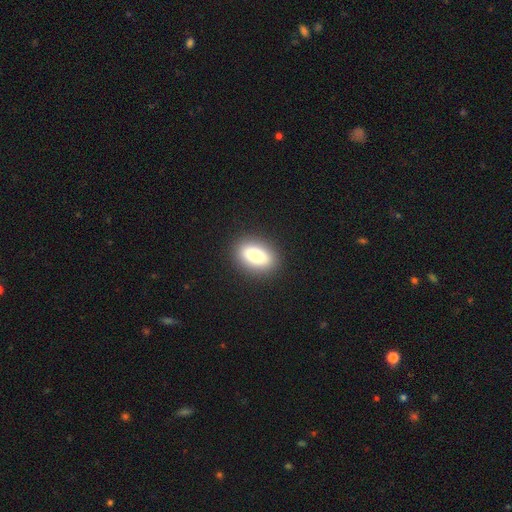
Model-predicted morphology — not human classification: Smooth or featured? smooth (81%)
How rounded? in between (85%)
Merging? none (89%)